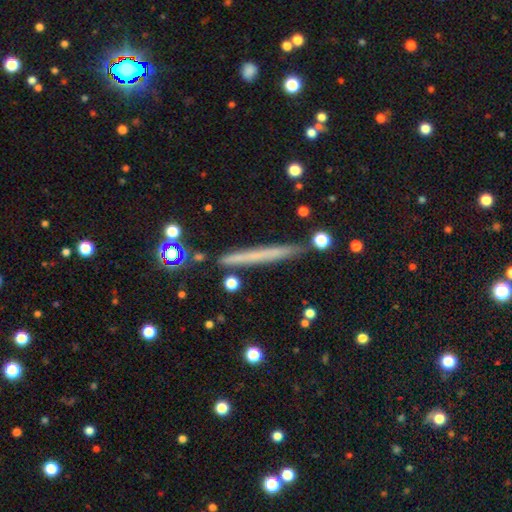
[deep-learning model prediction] This appears to be a featured or disk galaxy (45%). Merging: none (86%).